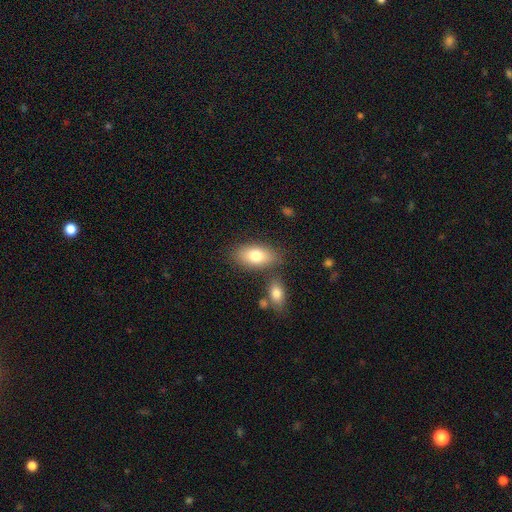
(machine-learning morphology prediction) Overall: smooth (78%). How rounded: in between (91%). Merging: none (74%).